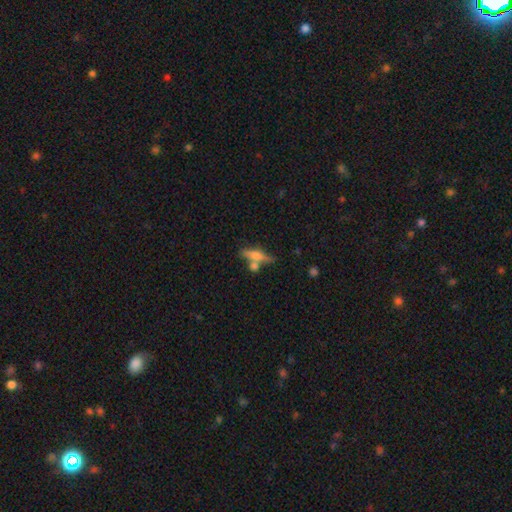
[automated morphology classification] This appears to be a smooth galaxy with no disk features (48%). Merging: none (61%).